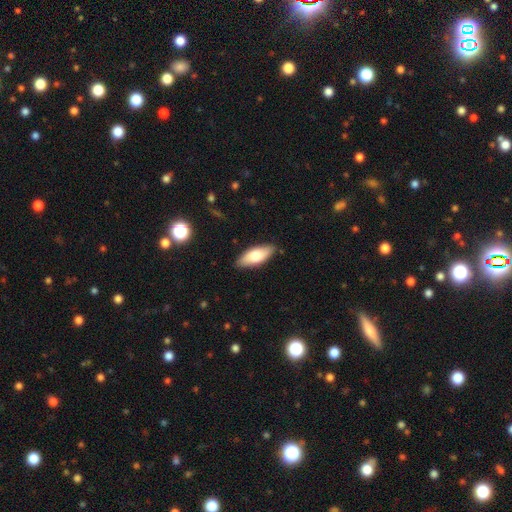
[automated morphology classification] Overall: smooth (70%). How rounded: in between (80%). Merging: none (86%).